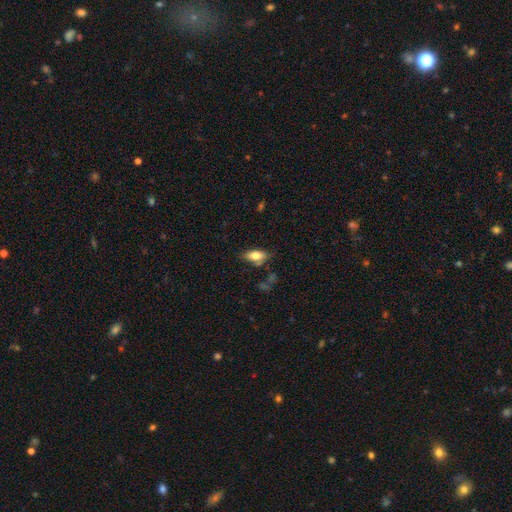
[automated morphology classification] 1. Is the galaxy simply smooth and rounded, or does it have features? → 77% smooth, 15% featured or disk, 8% star or artifact.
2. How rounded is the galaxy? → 86% in between, 11% cigar-shaped, 3% round.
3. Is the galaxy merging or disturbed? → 71% none, 19% minor disturbance, 5% major disturbance, 5% merger.